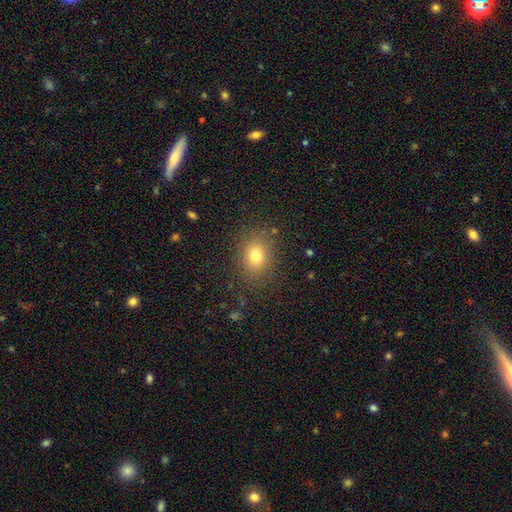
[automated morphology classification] A smooth galaxy with no disk features (77%) that is in between round and cigar-shaped (51%).

Vote fractions:
- Smooth or featured? smooth: 77% / star or artifact: 13% / featured or disk: 9%
- How rounded? in between: 51% / round: 48% / cigar-shaped: 1%
- Merging? none: 84% / minor disturbance: 10% / major disturbance: 4% / merger: 1%